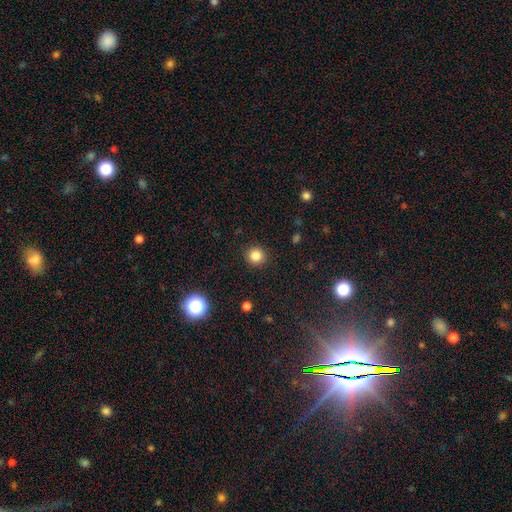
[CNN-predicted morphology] A smooth galaxy with no disk features (83%) that is round (93%). Merging: none (91%).